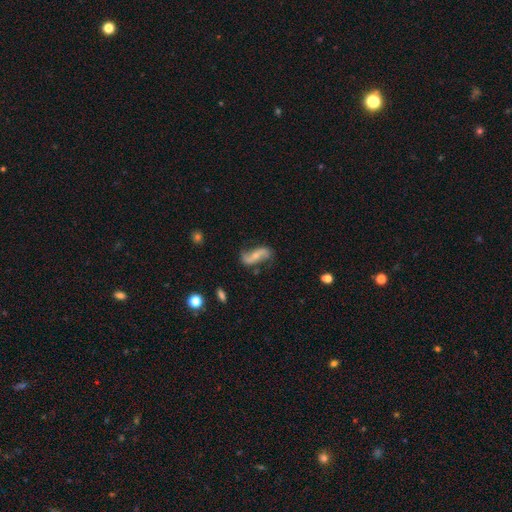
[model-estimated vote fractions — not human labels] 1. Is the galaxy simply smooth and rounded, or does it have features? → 75% featured or disk, 18% smooth, 6% star or artifact.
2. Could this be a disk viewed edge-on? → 92% no, 8% yes.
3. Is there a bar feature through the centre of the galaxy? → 44% no, 30% weak, 26% strong.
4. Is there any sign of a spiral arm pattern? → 91% yes, 9% no.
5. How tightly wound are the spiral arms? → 79% loose, 15% medium, 6% tight.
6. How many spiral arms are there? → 92% 2, 3% can't tell, 2% 1, 1% 3, 1% 4, 1% more than 4.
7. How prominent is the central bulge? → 58% small, 35% moderate, 4% none, 2% large, 1% dominant.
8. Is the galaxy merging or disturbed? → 70% none, 19% minor disturbance, 8% major disturbance, 3% merger.